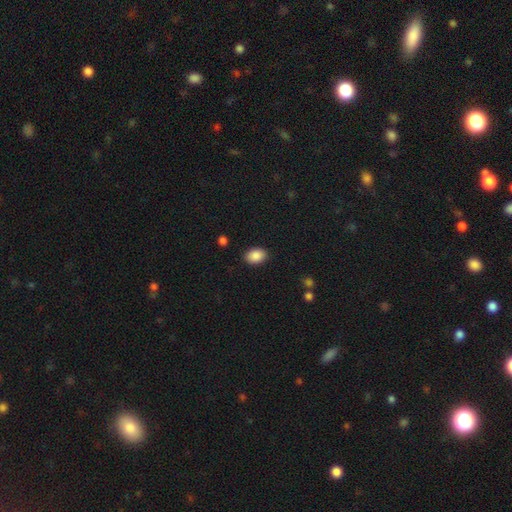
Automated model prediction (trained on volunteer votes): Q: Smooth or featured?
A: smooth (89%); runner-up: star or artifact (7%)
Q: How rounded?
A: in between (80%); runner-up: round (19%)
Q: Merging?
A: none (88%); runner-up: minor disturbance (8%)